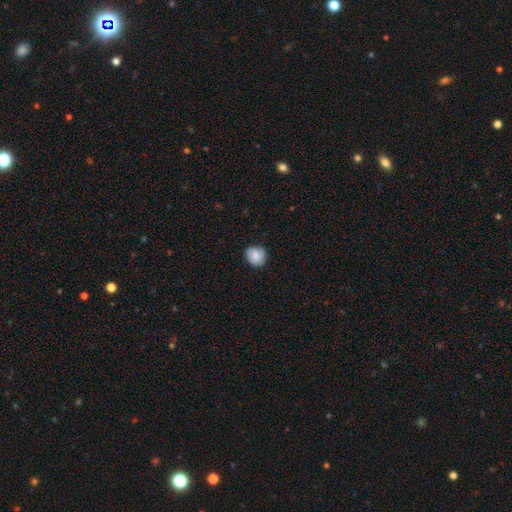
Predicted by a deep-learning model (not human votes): This is likely a smooth galaxy (79%). How rounded: clearly round (81%). Merging: likely none (79%).